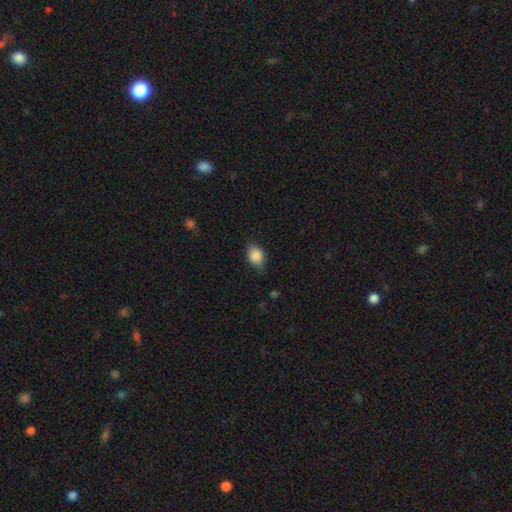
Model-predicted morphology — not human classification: The model was most divided on "how rounded": in between: 71%, round: 28%, cigar-shaped: 1%. More confident: smooth or featured — smooth (87%); merging — none (75%).